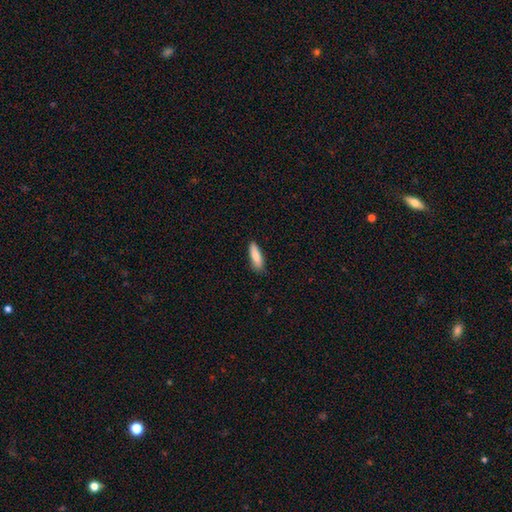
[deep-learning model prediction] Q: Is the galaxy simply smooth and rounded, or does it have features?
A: smooth — 84%.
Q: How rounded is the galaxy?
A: cigar-shaped — 54%.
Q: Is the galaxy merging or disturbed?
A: none — 85%.